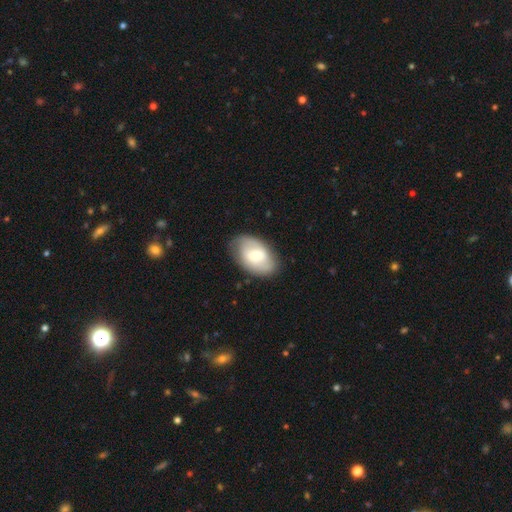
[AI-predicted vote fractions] Overall: smooth (49%; featured or disk 45%). Merging: none (79%).